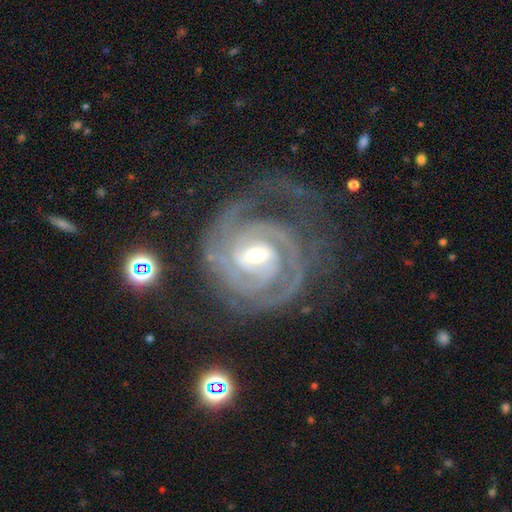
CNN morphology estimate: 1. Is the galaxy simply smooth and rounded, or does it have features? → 92% featured or disk, 5% star or artifact, 3% smooth.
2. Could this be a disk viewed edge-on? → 98% no, 2% yes.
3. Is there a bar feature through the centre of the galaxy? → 49% weak, 32% strong, 19% no.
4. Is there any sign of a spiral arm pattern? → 98% yes, 2% no.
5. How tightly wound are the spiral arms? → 77% tight, 21% medium, 3% loose.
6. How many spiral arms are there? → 52% 2, 20% 3, 13% can't tell, 6% 4, 5% 1, 4% more than 4.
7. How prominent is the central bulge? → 50% moderate, 45% small, 3% large, 1% none, 1% dominant.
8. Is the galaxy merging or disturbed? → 65% none, 18% minor disturbance, 14% major disturbance, 2% merger.